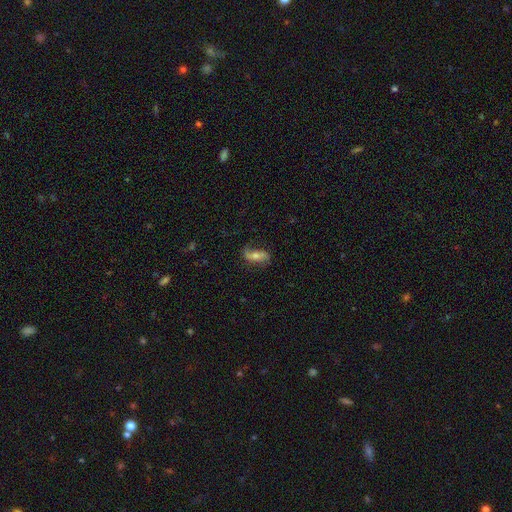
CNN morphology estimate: Smooth or featured?
  - featured or disk: 64% *
  - smooth: 28%
  - star or artifact: 8%
Edge-on disk?
  - no: 89% *
  - yes: 11%
Bar?
  - no: 44% *
  - weak: 29%
  - strong: 27%
Spiral arms?
  - yes: 87% *
  - no: 13%
Bulge size?
  - moderate: 54% *
  - small: 38%
  - large: 4%
  - none: 3%
  - dominant: 1%
Merging?
  - none: 70% *
  - minor disturbance: 19%
  - major disturbance: 9%
  - merger: 2%